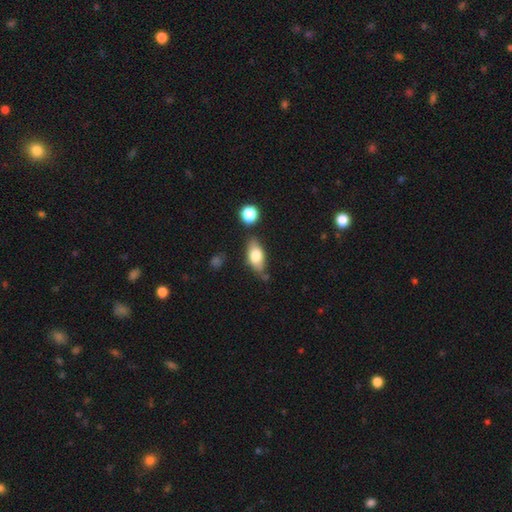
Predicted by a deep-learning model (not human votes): Smooth or featured?
  - smooth: 72% *
  - featured or disk: 21%
  - star or artifact: 7%
How rounded?
  - in between: 84% *
  - cigar-shaped: 11%
  - round: 5%
Merging?
  - none: 66% *
  - minor disturbance: 20%
  - merger: 8%
  - major disturbance: 5%